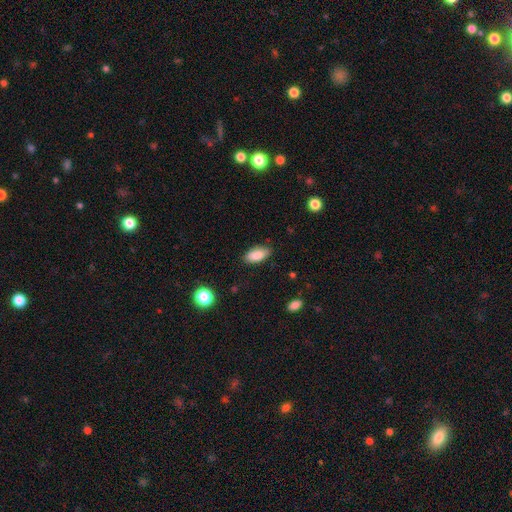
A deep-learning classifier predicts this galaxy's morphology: Smooth or featured?
  - smooth: 86% *
  - star or artifact: 7%
  - featured or disk: 7%
How rounded?
  - in between: 87% *
  - cigar-shaped: 10%
  - round: 3%
Merging?
  - none: 84% *
  - minor disturbance: 12%
  - major disturbance: 3%
  - merger: 1%